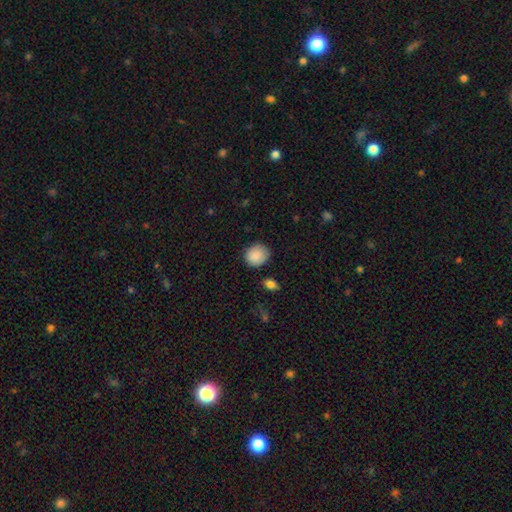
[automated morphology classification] smooth_or_featured: smooth (p=0.88) [alt: star or artifact p=0.07]
how_rounded: round (p=0.75) [alt: in between p=0.24]
merging: none (p=0.80) [alt: minor disturbance p=0.15]